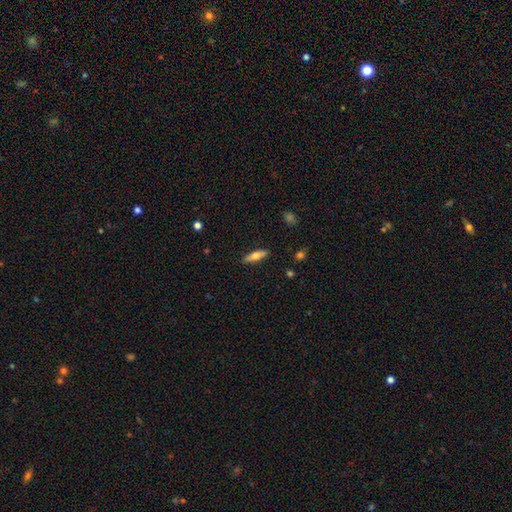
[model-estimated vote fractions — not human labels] A smooth galaxy with no disk features (55%) that is cigar-shaped (59%).

Vote fractions:
- Smooth or featured? smooth: 55% / featured or disk: 39% / star or artifact: 6%
- How rounded? cigar-shaped: 59% / in between: 38% / round: 3%
- Merging? none: 86% / minor disturbance: 10% / major disturbance: 2% / merger: 2%